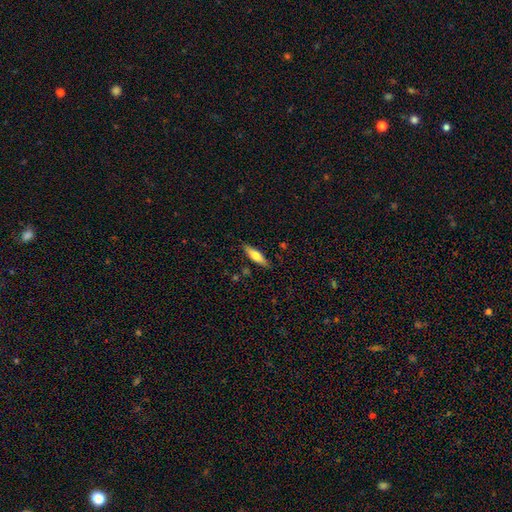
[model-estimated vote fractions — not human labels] A smooth galaxy with no disk features (61%) that is cigar-shaped (67%).

Vote fractions:
- Smooth or featured? smooth: 61% / featured or disk: 33% / star or artifact: 6%
- How rounded? cigar-shaped: 67% / in between: 31% / round: 2%
- Merging? none: 86% / minor disturbance: 11% / major disturbance: 2% / merger: 2%